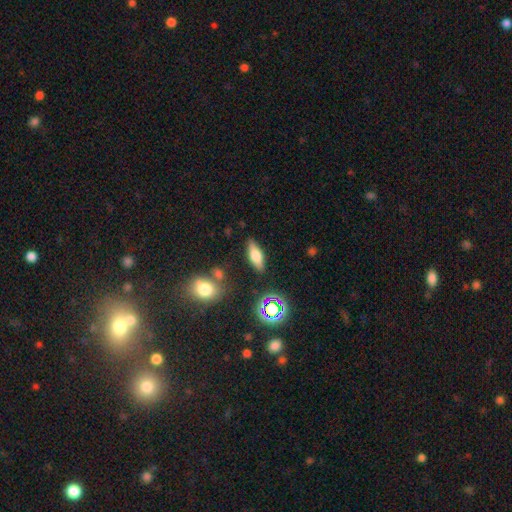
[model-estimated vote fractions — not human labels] A smooth galaxy with no disk features (61%) that is in between round and cigar-shaped (61%).

Vote fractions:
- Smooth or featured? smooth: 61% / featured or disk: 27% / star or artifact: 12%
- How rounded? in between: 61% / cigar-shaped: 35% / round: 4%
- Merging? none: 80% / minor disturbance: 12% / merger: 4% / major disturbance: 4%